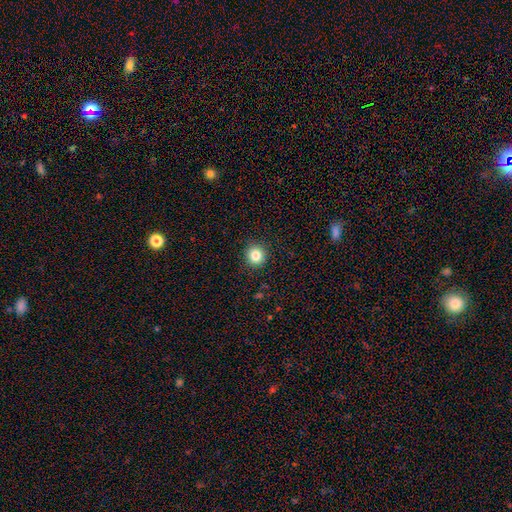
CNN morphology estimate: smooth_or_featured: smooth (p=0.83) [alt: star or artifact p=0.11]
how_rounded: round (p=0.90) [alt: in between p=0.09]
merging: none (p=0.91) [alt: minor disturbance p=0.06]